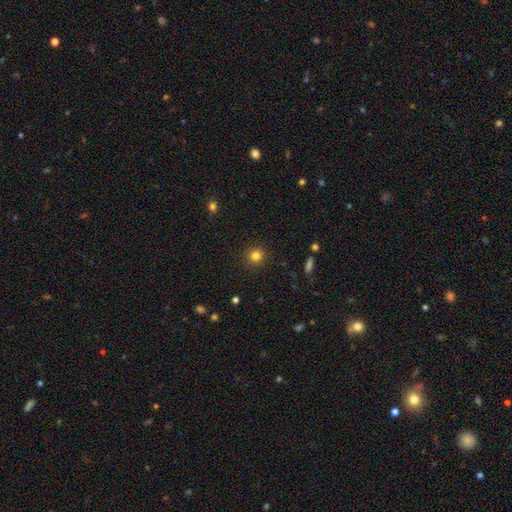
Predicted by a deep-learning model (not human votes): This appears to be a smooth galaxy with no disk features (82%) that is round (93%). Merging: none (91%).